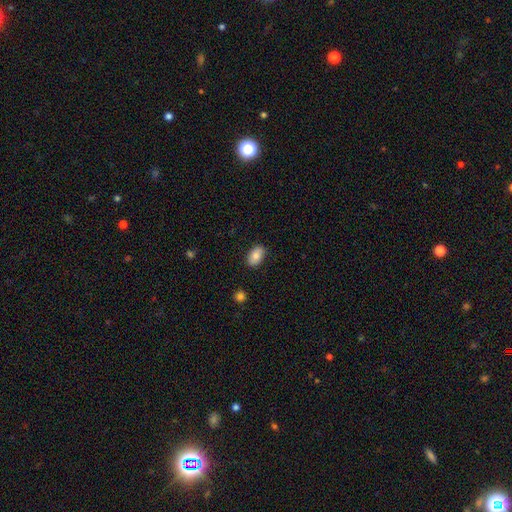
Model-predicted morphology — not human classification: The model was most divided on "smooth or featured": smooth: 82%, featured or disk: 11%, star or artifact: 7%. More confident: how rounded — in between (90%); merging — none (84%).